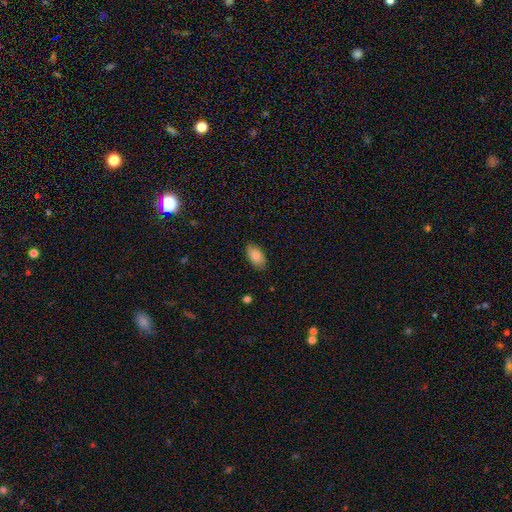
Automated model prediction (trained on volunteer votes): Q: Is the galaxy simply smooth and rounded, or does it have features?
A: smooth — 86%.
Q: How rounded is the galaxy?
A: in between — 94%.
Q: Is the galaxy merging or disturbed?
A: none — 84%.